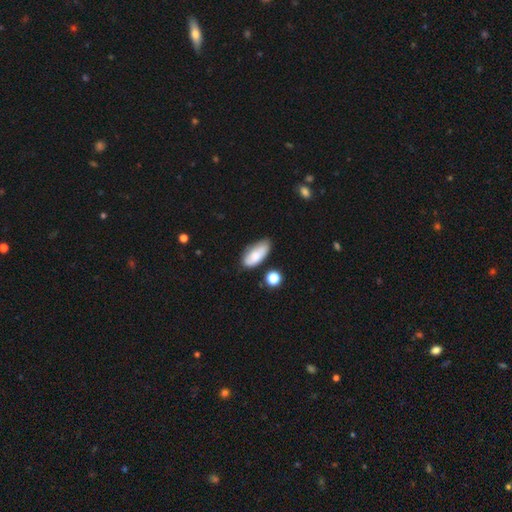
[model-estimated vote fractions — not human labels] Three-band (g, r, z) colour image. It shows a smooth galaxy with no disk features (79%) that is in between round and cigar-shaped (87%). Merging: none (58%).